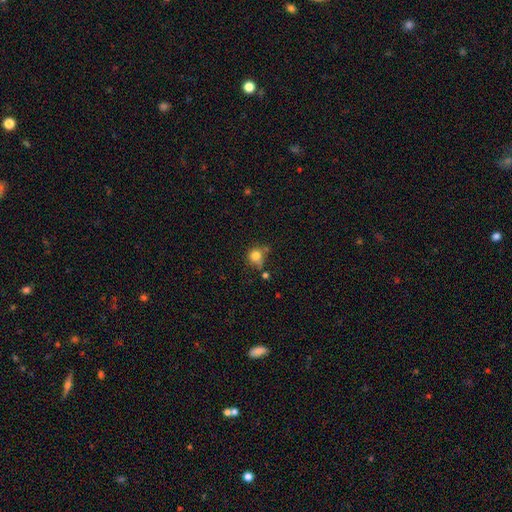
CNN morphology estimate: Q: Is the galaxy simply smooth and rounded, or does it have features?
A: smooth — 80%.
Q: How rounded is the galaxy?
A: round — 83%.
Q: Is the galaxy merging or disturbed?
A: none — 53%.